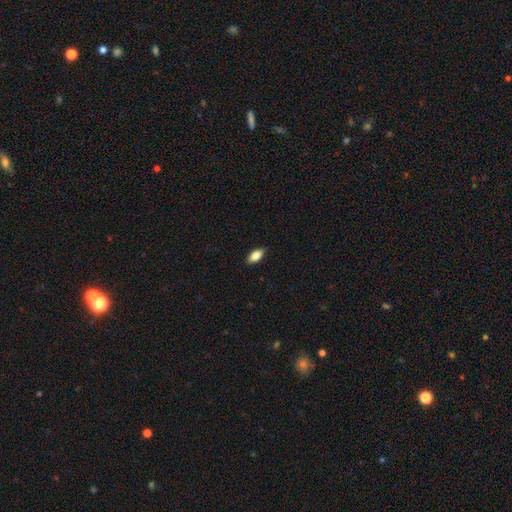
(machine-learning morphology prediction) type=smooth (81%); roundness=in between (87%); merging=none (85%).